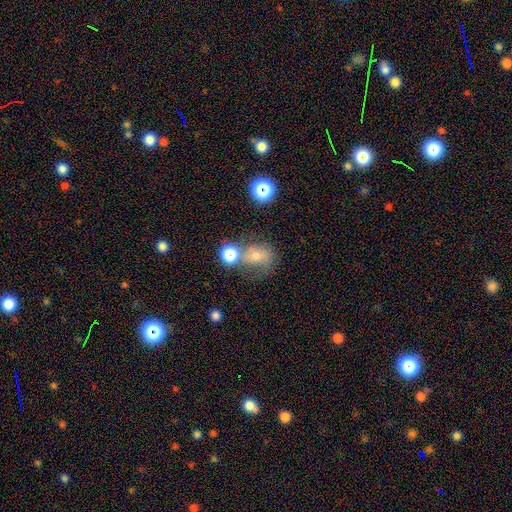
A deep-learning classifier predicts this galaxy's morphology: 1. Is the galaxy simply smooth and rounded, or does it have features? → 56% smooth, 23% featured or disk, 21% star or artifact.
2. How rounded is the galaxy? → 58% round, 41% in between, 2% cigar-shaped.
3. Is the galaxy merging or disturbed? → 42% none, 29% merger, 17% minor disturbance, 12% major disturbance.